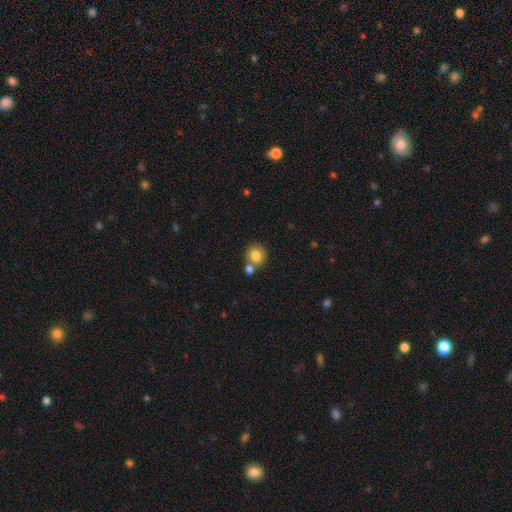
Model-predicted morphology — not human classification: smooth-or-featured: smooth: 81% | star or artifact: 9% | featured or disk: 9%
  how-rounded: round: 81% | in between: 18% | cigar-shaped: 1%
  merging: none: 57% | merger: 30% | minor disturbance: 9% | major disturbance: 3%